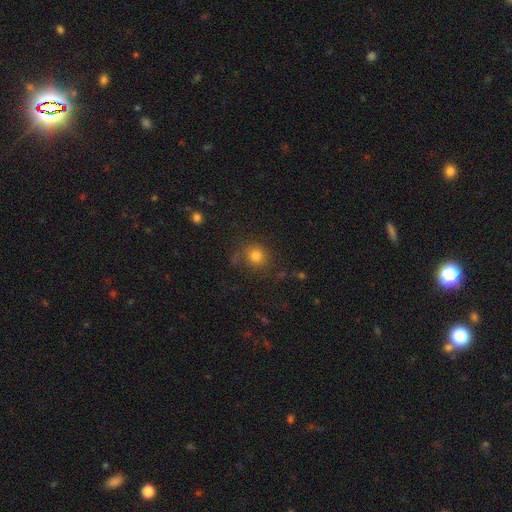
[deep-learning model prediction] A smooth galaxy with no disk features (78%) that is round (88%). Merging: none (72%).